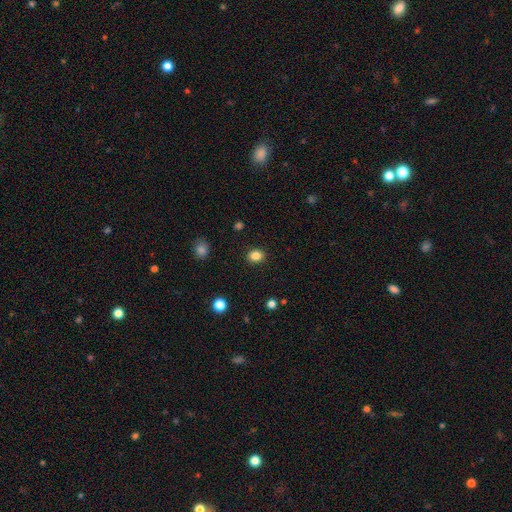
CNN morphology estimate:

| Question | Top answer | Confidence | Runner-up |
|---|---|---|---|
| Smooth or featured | smooth | 84% | star or artifact (11%) |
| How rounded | round | 50% | in between (49%) |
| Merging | none | 89% | minor disturbance (7%) |